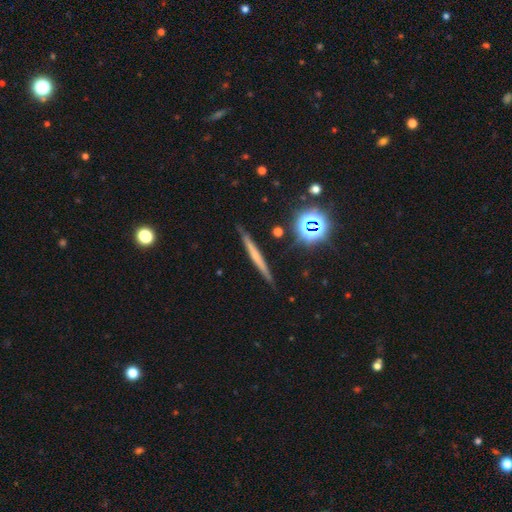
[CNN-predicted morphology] Smooth or featured? featured or disk (47%)
Merging? none (88%)